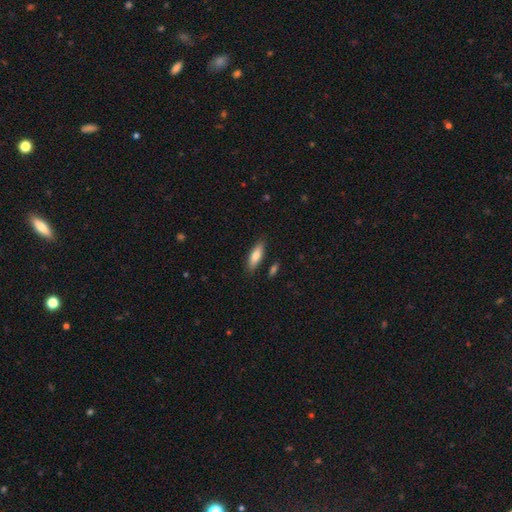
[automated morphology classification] This is likely a smooth galaxy (80%). How rounded: possibly in between (55%). Merging: clearly none (84%).